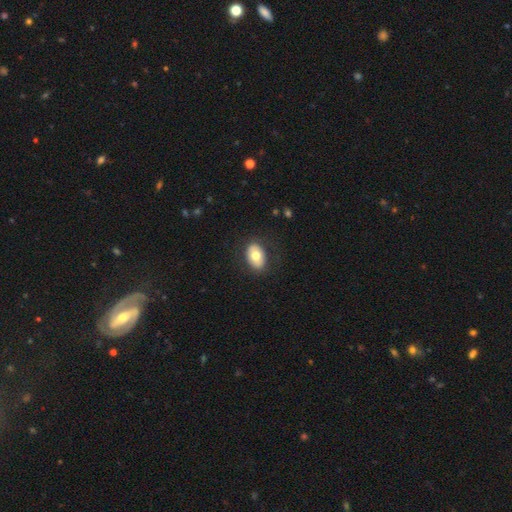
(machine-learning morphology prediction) Smooth or featured?
  - smooth: 71% *
  - featured or disk: 22%
  - star or artifact: 7%
How rounded?
  - in between: 84% *
  - round: 15%
  - cigar-shaped: 1%
Merging?
  - none: 83% *
  - minor disturbance: 12%
  - major disturbance: 5%
  - merger: 1%